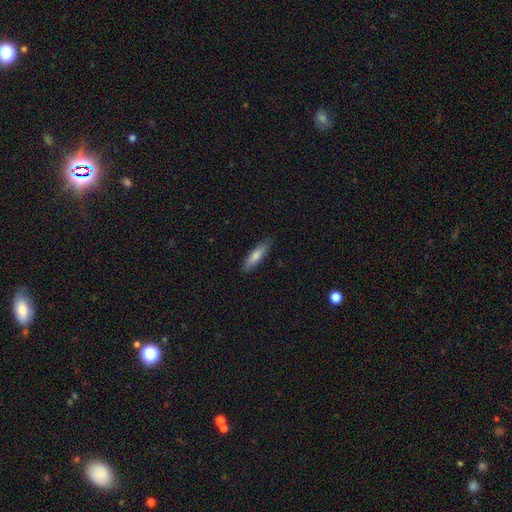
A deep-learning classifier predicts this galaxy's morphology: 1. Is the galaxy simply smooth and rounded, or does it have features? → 76% smooth, 19% featured or disk, 6% star or artifact.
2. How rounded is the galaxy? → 66% cigar-shaped, 32% in between, 2% round.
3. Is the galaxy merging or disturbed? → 86% none, 11% minor disturbance, 2% major disturbance, 1% merger.